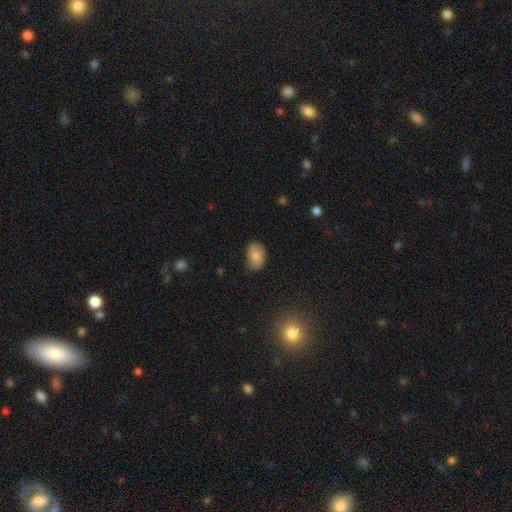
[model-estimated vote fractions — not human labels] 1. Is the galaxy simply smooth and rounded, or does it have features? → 82% smooth, 10% featured or disk, 8% star or artifact.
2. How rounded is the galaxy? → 87% in between, 12% round, 1% cigar-shaped.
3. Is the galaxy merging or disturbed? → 61% none, 32% minor disturbance, 6% major disturbance, 2% merger.